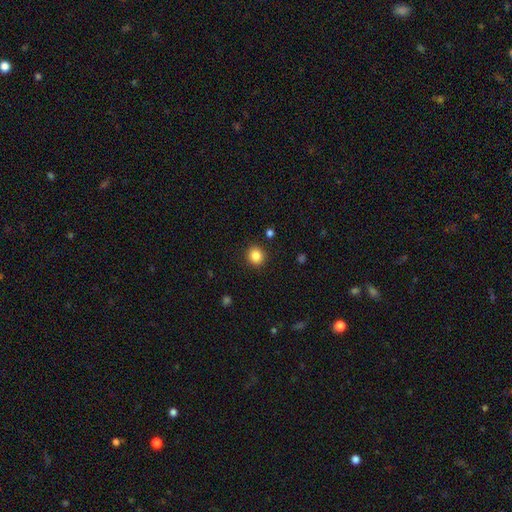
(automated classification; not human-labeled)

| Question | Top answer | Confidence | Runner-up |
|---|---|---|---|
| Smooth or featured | smooth | 85% | star or artifact (10%) |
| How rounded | round | 82% | in between (17%) |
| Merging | none | 90% | minor disturbance (6%) |